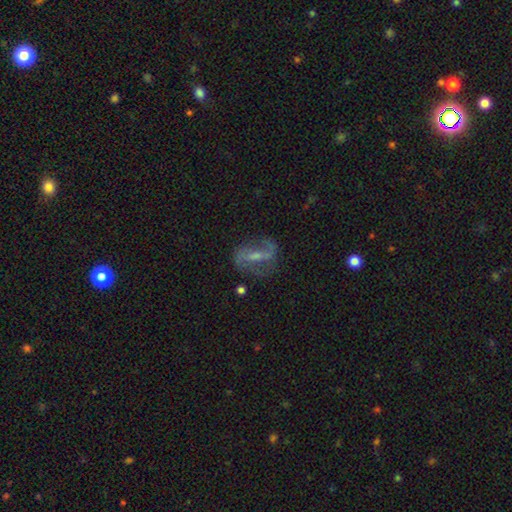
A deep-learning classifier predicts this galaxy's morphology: Smooth or featured? featured or disk (76%)
Edge-on disk? no (93%)
Bar? strong (48%)
Spiral arms? yes (85%)
Spiral winding? loose (47%)
Spiral arm count? 2 (84%)
Bulge size? small (51%)
Merging? none (67%)